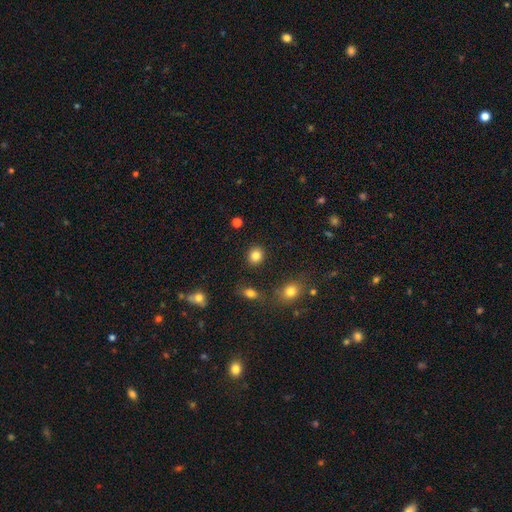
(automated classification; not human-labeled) Smooth or featured: smooth — 84% (star or artifact — 11%)
How rounded: round — 78% (in between — 21%)
Merging: none — 89% (minor disturbance — 7%)